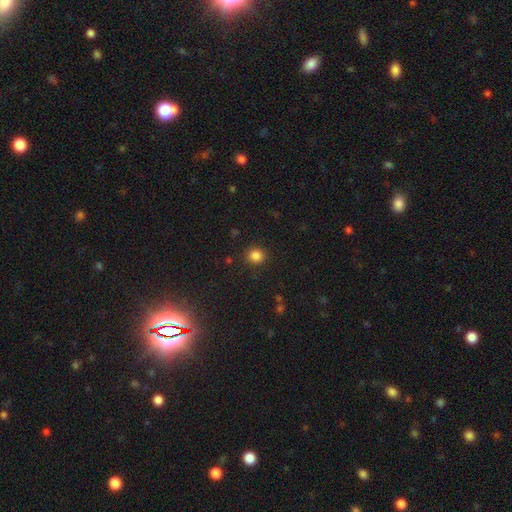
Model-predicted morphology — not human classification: Overall: smooth (84%). How rounded: round (86%). Merging: none (90%).